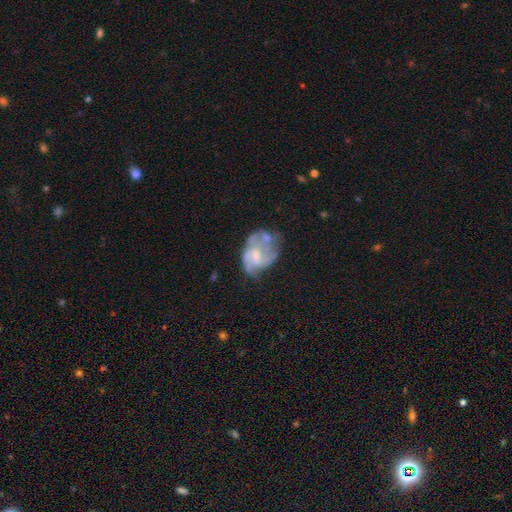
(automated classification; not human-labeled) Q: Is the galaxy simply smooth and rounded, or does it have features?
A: featured or disk — 70%.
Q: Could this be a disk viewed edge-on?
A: no — 98%.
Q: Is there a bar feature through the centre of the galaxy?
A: no — 58%.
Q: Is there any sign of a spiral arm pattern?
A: yes — 59%.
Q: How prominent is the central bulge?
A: small — 43%.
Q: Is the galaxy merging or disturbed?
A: none — 34%.